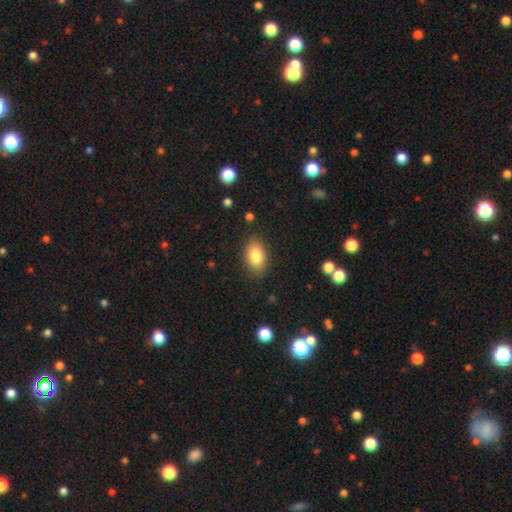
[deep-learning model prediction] smooth 83%, featured or disk 10%, star or artifact 8%. Down the decision tree: how rounded — in between (90%); merging — none (85%).